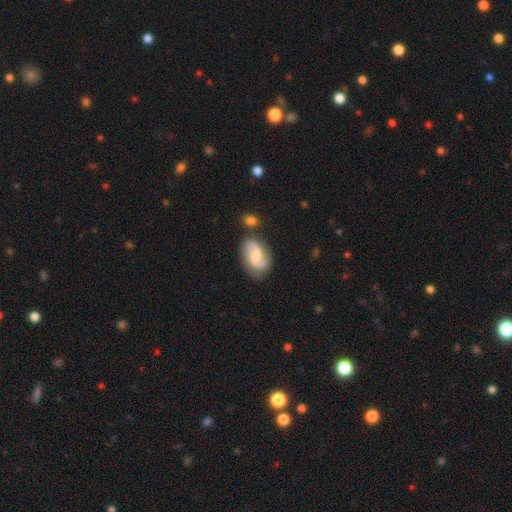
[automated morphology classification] The model was most divided on "bulge size": moderate: 46%, small: 40%, none: 7%, large: 6%, dominant: 2%. Remaining: edge-on disk — no (97%); spiral arms — yes (93%); spiral arm count — 2 (86%); merging — none (67%); smooth or featured — featured or disk (66%); bar — no (51%); spiral winding — medium (46%).